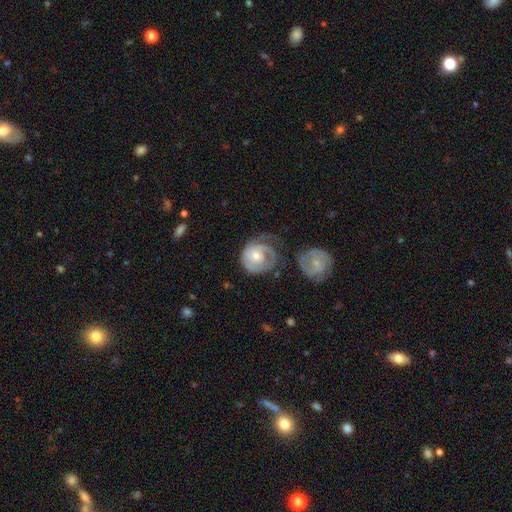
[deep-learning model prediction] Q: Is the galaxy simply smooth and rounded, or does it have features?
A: featured or disk — 68%.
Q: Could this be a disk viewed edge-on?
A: no — 98%.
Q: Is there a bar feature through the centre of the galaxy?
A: no — 74%.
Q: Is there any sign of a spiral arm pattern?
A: yes — 85%.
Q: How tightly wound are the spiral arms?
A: tight — 60%.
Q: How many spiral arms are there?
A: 1 — 35%.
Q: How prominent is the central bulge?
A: moderate — 55%.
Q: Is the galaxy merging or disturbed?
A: none — 38%.